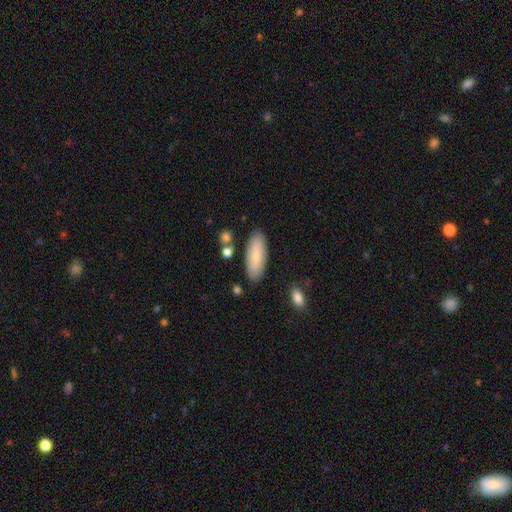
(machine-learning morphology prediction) smooth-or-featured: smooth: 76% | featured or disk: 18% | star or artifact: 6%
  how-rounded: in between: 73% | cigar-shaped: 25% | round: 2%
  merging: none: 84% | minor disturbance: 11% | merger: 3% | major disturbance: 2%